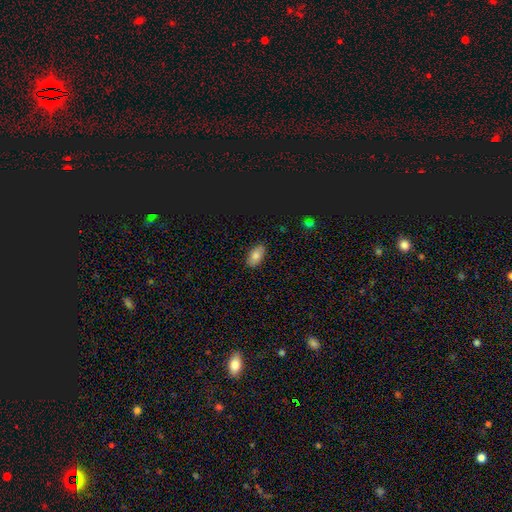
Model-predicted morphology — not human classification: This appears to be a smooth galaxy with no disk features (80%) that is in between round and cigar-shaped (93%). Merging: none (85%).